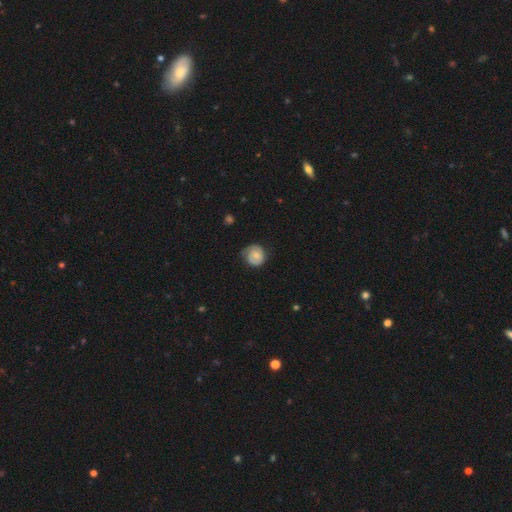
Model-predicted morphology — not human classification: smooth_or_featured: featured or disk (p=0.57) [alt: smooth p=0.36]
disk_edge_on: no (p=0.98) [alt: yes p=0.02]
bar: no (p=0.72) [alt: weak p=0.24]
has_spiral_arms: yes (p=0.84) [alt: no p=0.16]
bulge_size: small (p=0.46) [tied with: moderate p=0.46]
merging: none (p=0.63) [alt: minor disturbance p=0.26]